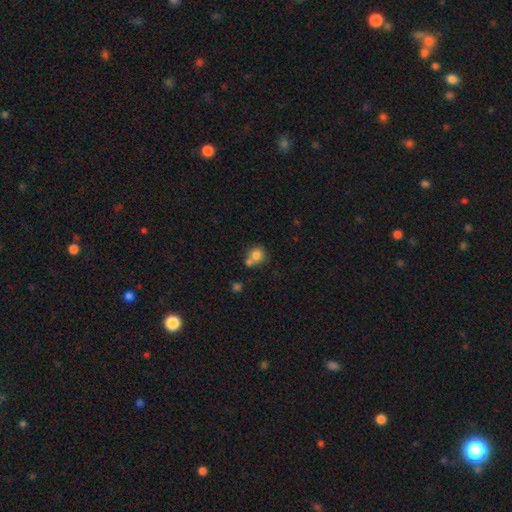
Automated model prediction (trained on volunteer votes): smooth-or-featured: smooth: 79% | featured or disk: 11% | star or artifact: 10%
  how-rounded: round: 82% | in between: 17% | cigar-shaped: 1%
  merging: none: 46% | merger: 39% | minor disturbance: 11% | major disturbance: 4%